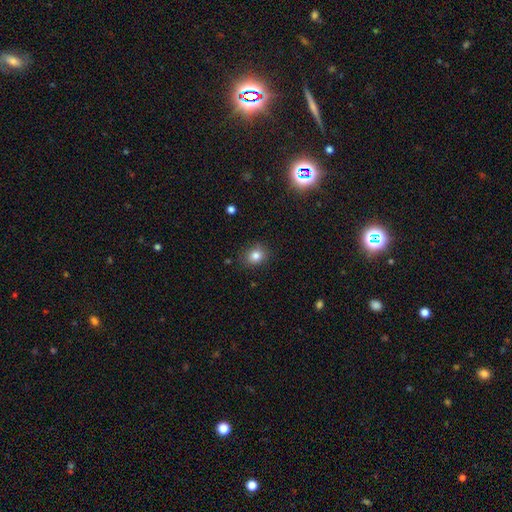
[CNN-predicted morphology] Q: Smooth or featured?
A: smooth (82%); runner-up: star or artifact (11%)
Q: How rounded?
A: round (58%); runner-up: in between (41%)
Q: Merging?
A: none (83%); runner-up: minor disturbance (13%)